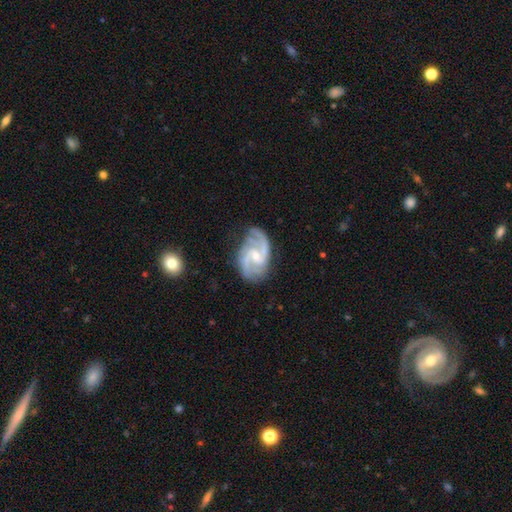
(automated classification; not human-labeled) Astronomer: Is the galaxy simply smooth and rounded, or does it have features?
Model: featured or disk — 92%.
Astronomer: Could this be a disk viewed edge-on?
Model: no — 98%.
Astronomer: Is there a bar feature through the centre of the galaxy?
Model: weak — 51% (runner-up: no, 34%).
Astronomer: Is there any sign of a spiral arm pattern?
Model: yes — 98%.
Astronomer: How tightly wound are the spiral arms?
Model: medium — 54% (runner-up: tight, 34%).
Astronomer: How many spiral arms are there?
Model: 2 — 51% (runner-up: 3, 28%).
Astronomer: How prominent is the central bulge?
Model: small — 62%.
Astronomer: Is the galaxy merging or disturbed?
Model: none — 73%.